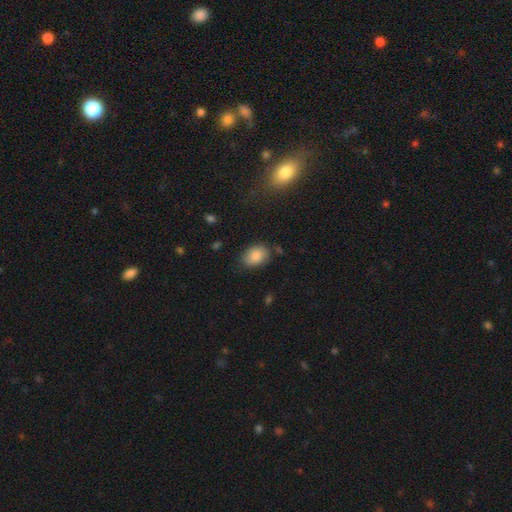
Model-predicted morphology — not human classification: smooth-or-featured: smooth: 85% | featured or disk: 8% | star or artifact: 8%
  how-rounded: in between: 80% | round: 19% | cigar-shaped: 1%
  merging: none: 77% | minor disturbance: 17% | major disturbance: 4% | merger: 2%